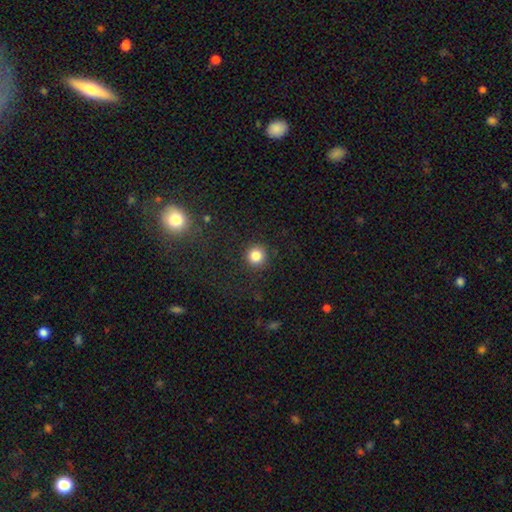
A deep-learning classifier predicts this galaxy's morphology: This appears to be a smooth galaxy with no disk features (84%) that is round (94%). Merging: none (91%).